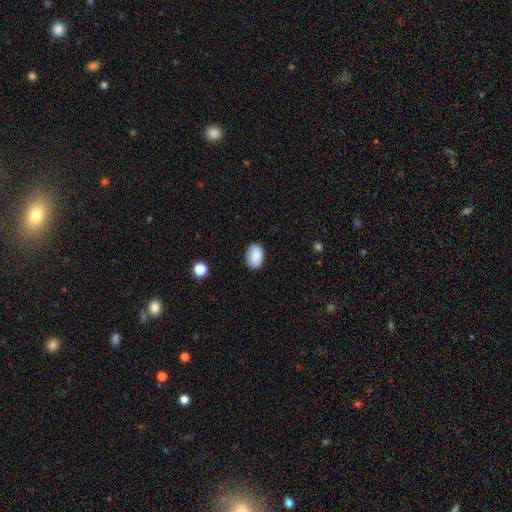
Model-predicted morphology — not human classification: Q: Smooth or featured?
A: smooth (88%); runner-up: star or artifact (7%)
Q: How rounded?
A: in between (88%); runner-up: round (11%)
Q: Merging?
A: none (82%); runner-up: minor disturbance (14%)